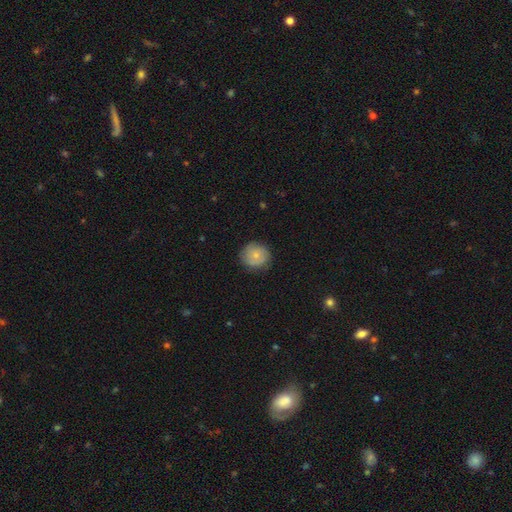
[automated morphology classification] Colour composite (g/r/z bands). It shows a smooth galaxy with no disk features (68%) that is round (89%). Merging: none (81%).